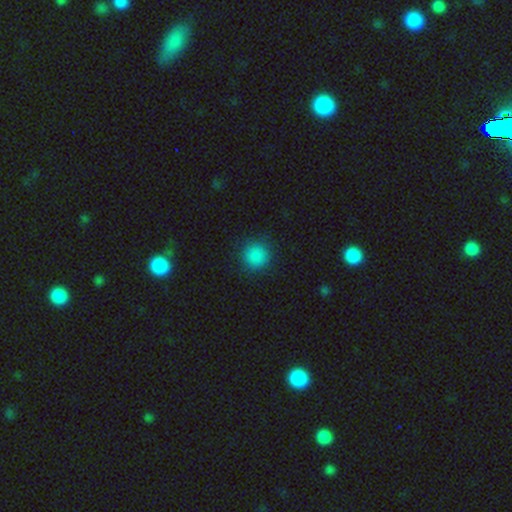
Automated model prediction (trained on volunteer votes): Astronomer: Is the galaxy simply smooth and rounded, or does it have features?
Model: smooth — 86%.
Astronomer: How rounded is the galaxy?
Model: round — 92%.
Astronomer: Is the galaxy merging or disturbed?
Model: none — 89%.